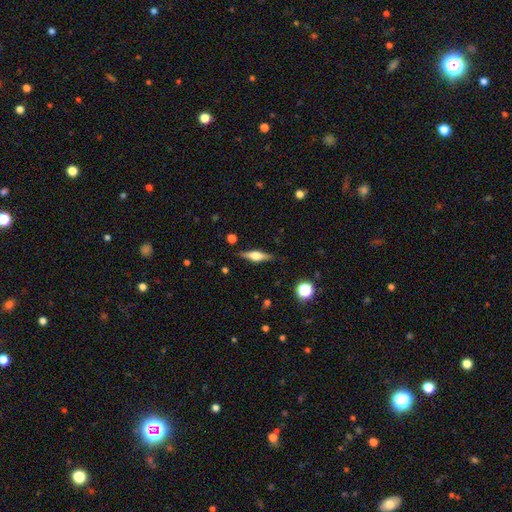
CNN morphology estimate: A featured or disk galaxy (61%) viewed edge-on (95%) with a rounded central bulge (88%). Merging: none (86%).